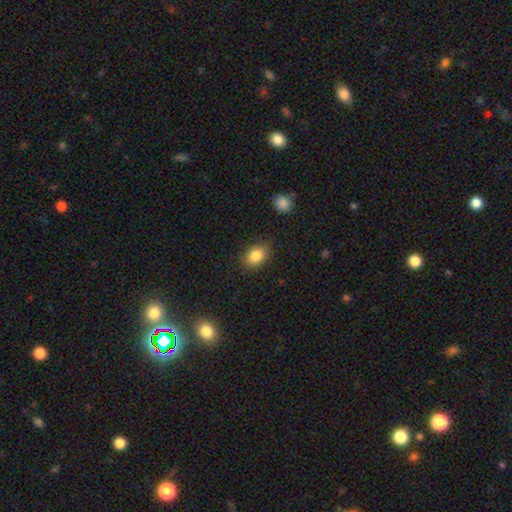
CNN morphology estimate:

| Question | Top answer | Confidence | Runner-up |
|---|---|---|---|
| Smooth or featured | smooth | 85% | star or artifact (9%) |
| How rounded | in between | 61% | round (38%) |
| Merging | none | 84% | minor disturbance (12%) |